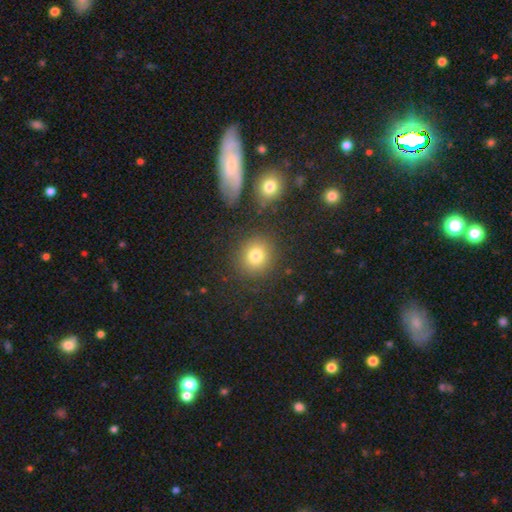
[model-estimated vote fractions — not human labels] Smooth or featured: smooth — 77% (star or artifact — 14%)
How rounded: round — 87% (in between — 12%)
Merging: none — 84% (minor disturbance — 8%)